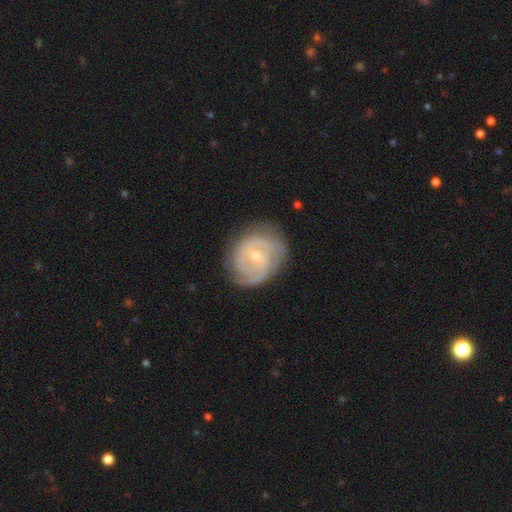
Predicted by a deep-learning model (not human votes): Smooth or featured?
  - featured or disk: 81% *
  - smooth: 14%
  - star or artifact: 6%
Edge-on disk?
  - no: 98% *
  - yes: 2%
Bar?
  - no: 50% *
  - weak: 42%
  - strong: 8%
Spiral arms?
  - yes: 92% *
  - no: 8%
Spiral winding?
  - tight: 63% *
  - medium: 29%
  - loose: 8%
Spiral arm count?
  - 2: 36% *
  - can't tell: 32%
  - 3: 18%
  - 1: 5%
  - 4: 5%
  - more than 4: 4%
Bulge size?
  - small: 56% *
  - moderate: 40%
  - none: 2%
  - large: 1%
  - dominant: 1%
Merging?
  - none: 72% *
  - minor disturbance: 19%
  - major disturbance: 7%
  - merger: 1%